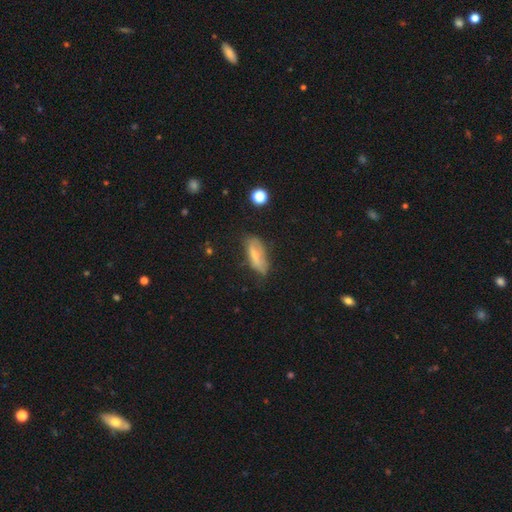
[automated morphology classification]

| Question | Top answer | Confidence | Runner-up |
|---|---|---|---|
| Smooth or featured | smooth | 65% | featured or disk (26%) |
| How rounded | in between | 63% | cigar-shaped (34%) |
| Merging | none | 56% | minor disturbance (30%) |